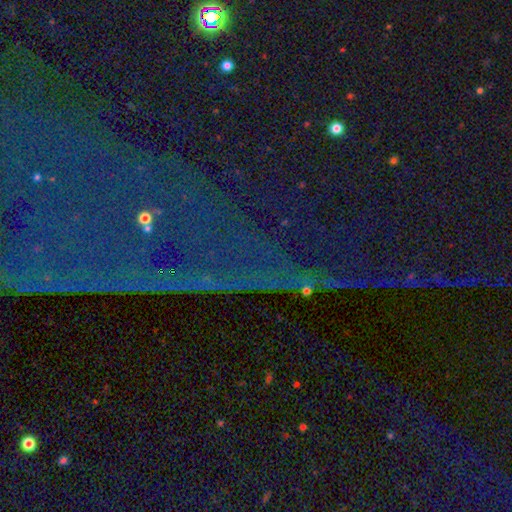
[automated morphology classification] smooth-or-featured: star or artifact: 85% | featured or disk: 8% | smooth: 7%